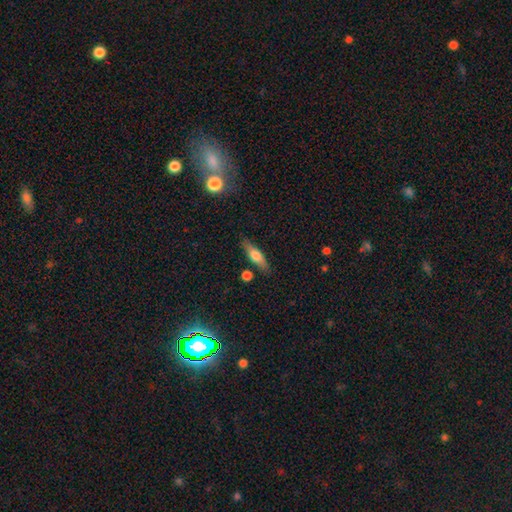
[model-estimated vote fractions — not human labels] smooth_or_featured: smooth (p=0.58) [alt: featured or disk p=0.35]
how_rounded: cigar-shaped (p=0.61) [alt: in between p=0.36]
merging: none (p=0.82) [alt: minor disturbance p=0.11]